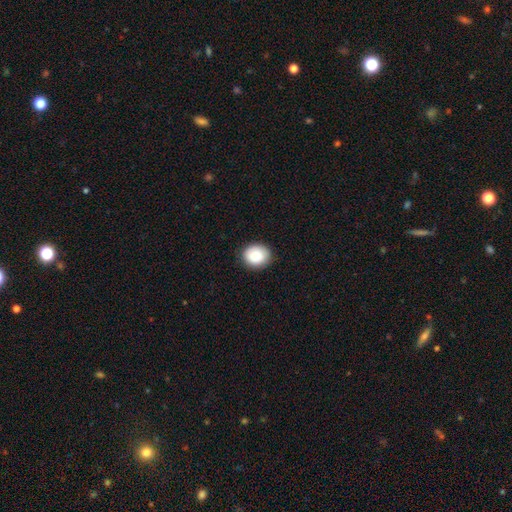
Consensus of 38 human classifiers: Smooth or featured: smooth — 92% (star or artifact — 5%)
How rounded: round — 69% (in between — 31%)
Merging: none — 89% (minor disturbance — 11%)